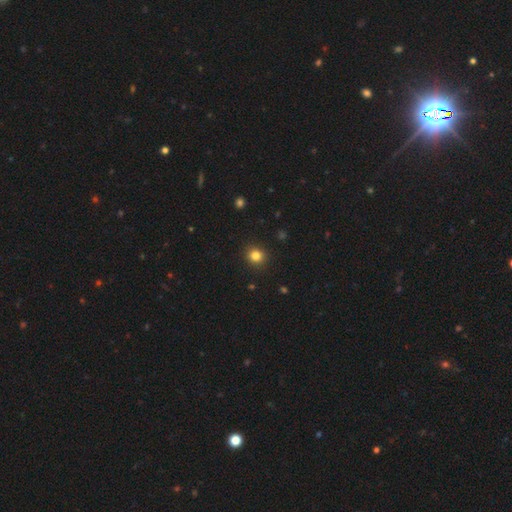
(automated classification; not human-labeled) The model was most divided on "smooth or featured": smooth: 83%, star or artifact: 12%, featured or disk: 5%. More confident: merging — none (91%); how rounded — round (85%).